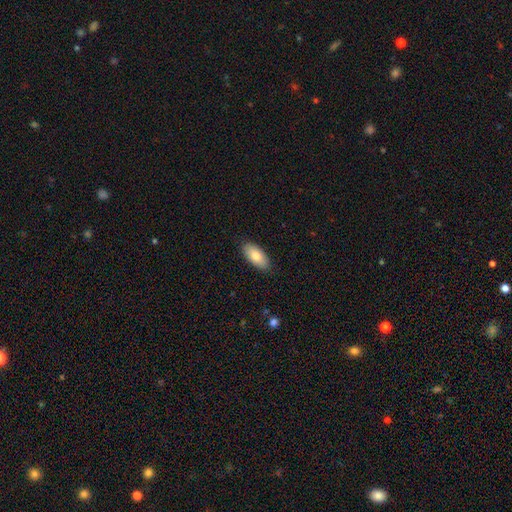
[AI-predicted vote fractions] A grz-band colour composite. It shows a smooth galaxy with no disk features (79%) that is in between round and cigar-shaped (91%). Merging: none (88%).